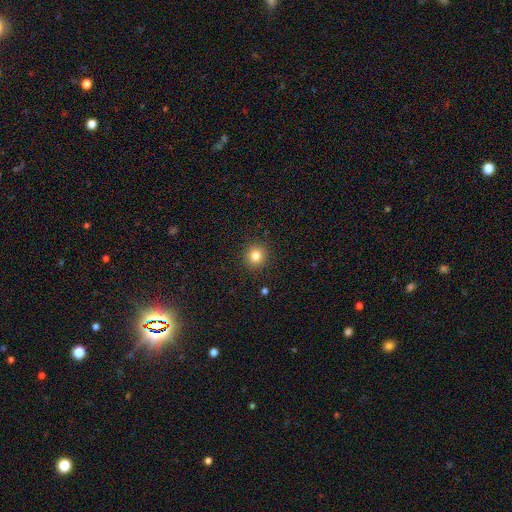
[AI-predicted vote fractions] smooth_or_featured: smooth (p=0.82) [alt: star or artifact p=0.12]
how_rounded: round (p=0.91) [alt: in between p=0.08]
merging: none (p=0.91) [alt: minor disturbance p=0.06]